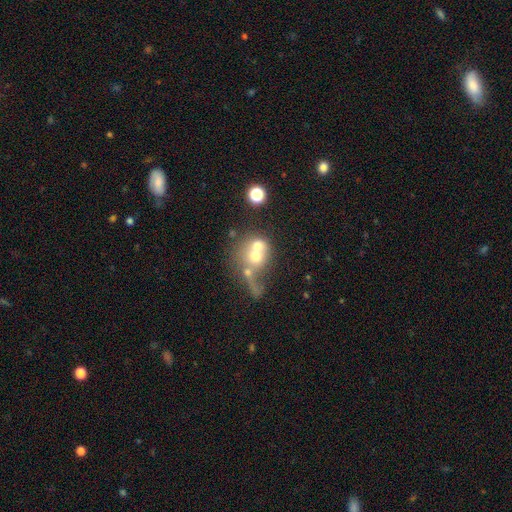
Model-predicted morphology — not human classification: A smooth galaxy with no disk features (54%) that is round (73%). Merging: merger (64%).